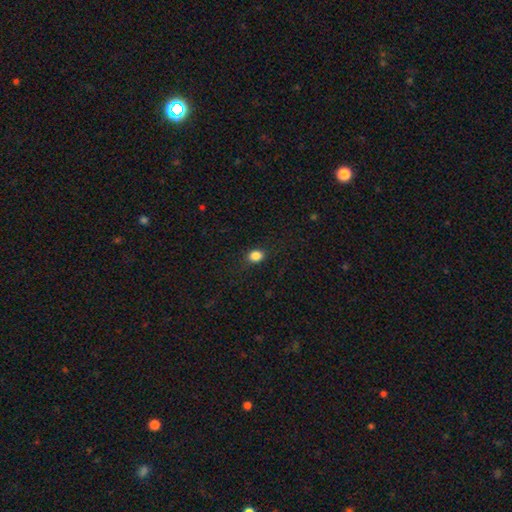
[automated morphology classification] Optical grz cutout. It shows a smooth galaxy with no disk features (85%) that is round (50%). Merging: none (85%).